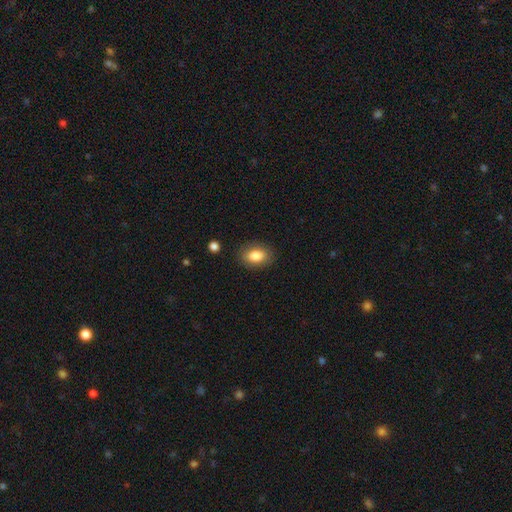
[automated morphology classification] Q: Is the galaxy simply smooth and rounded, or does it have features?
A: smooth — 85%.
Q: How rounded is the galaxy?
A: in between — 83%.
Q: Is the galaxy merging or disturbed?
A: none — 86%.